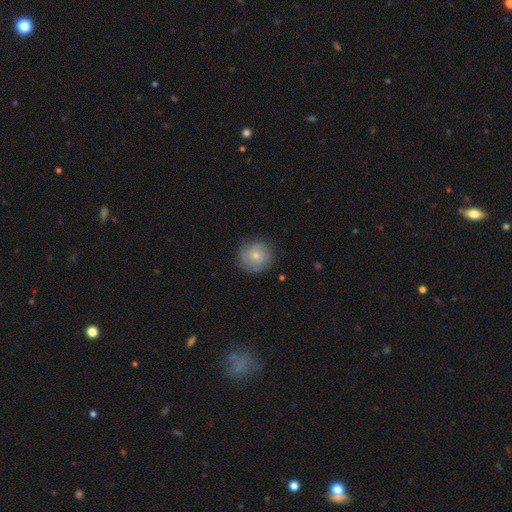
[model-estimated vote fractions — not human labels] smooth-or-featured: smooth: 67% | featured or disk: 26% | star or artifact: 8%
  how-rounded: round: 93% | in between: 6% | cigar-shaped: 1%
  merging: none: 81% | minor disturbance: 14% | major disturbance: 4% | merger: 1%